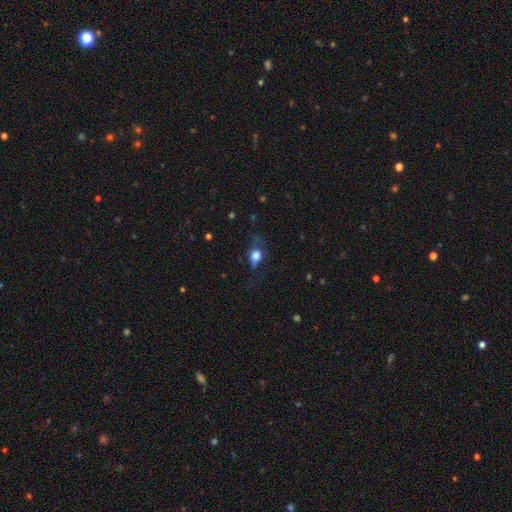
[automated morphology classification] Smooth or featured? smooth (72%)
How rounded? in between (59%)
Merging? none (45%)